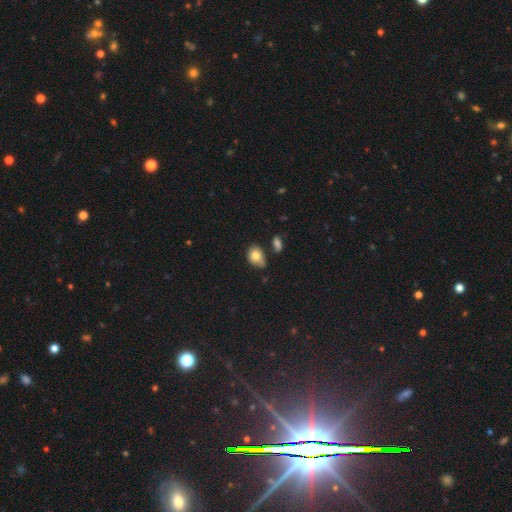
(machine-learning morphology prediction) smooth 80%, featured or disk 12%, star or artifact 9%. Down the decision tree: how rounded — in between (69%); merging — none (49%).